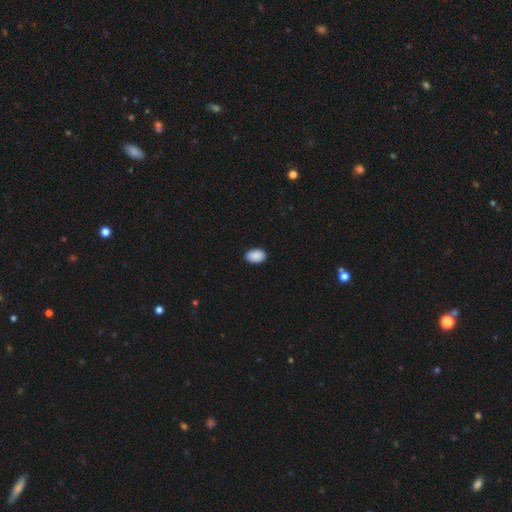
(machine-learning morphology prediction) Smooth or featured?
  - smooth: 90% *
  - star or artifact: 7%
  - featured or disk: 3%
How rounded?
  - in between: 87% *
  - round: 12%
  - cigar-shaped: 1%
Merging?
  - none: 90% *
  - minor disturbance: 8%
  - major disturbance: 2%
  - merger: 1%